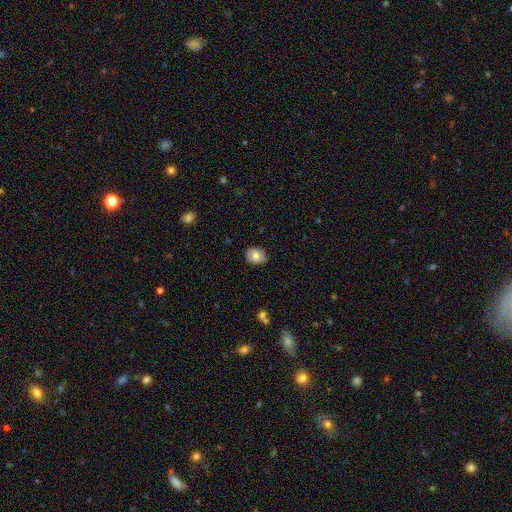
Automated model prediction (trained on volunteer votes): This is likely a smooth galaxy (80%). How rounded: possibly in between (54%). Merging: clearly none (84%).